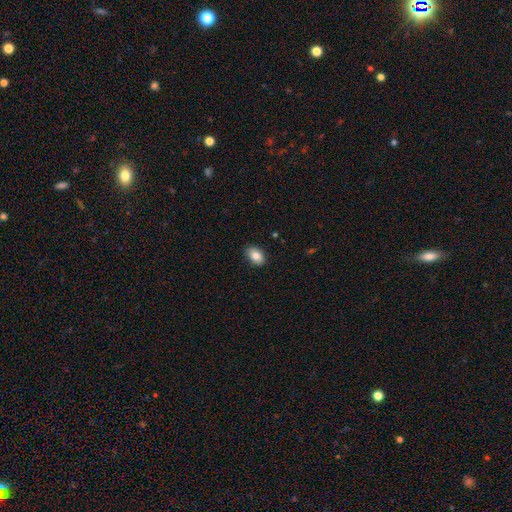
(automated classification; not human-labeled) Morphology: type=smooth (83%); roundness=in between (83%); merging=none (87%).